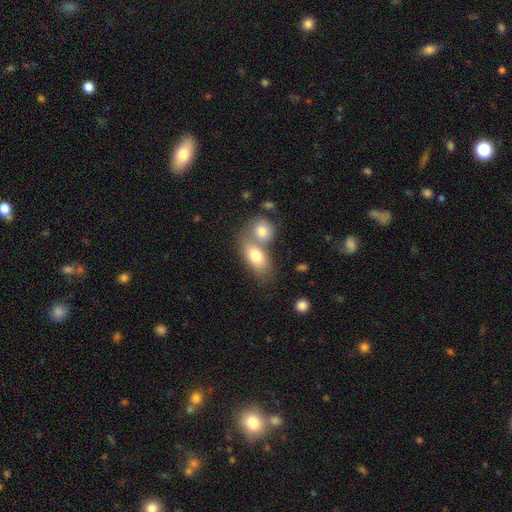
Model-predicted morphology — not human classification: Smooth or featured?
  - smooth: 75% *
  - featured or disk: 18%
  - star or artifact: 7%
How rounded?
  - in between: 82% *
  - round: 13%
  - cigar-shaped: 5%
Merging?
  - merger: 54% *
  - none: 33%
  - minor disturbance: 9%
  - major disturbance: 4%